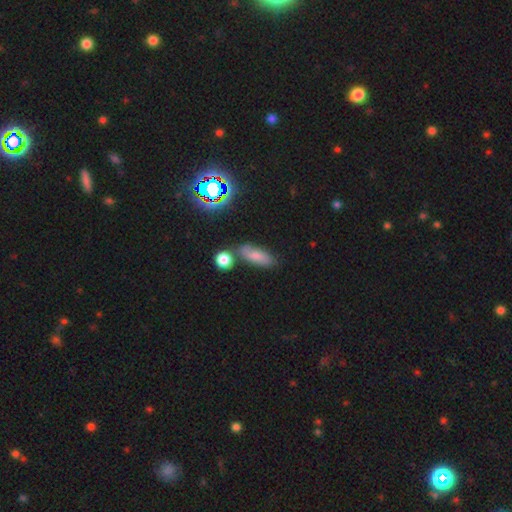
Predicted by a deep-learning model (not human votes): A smooth galaxy with no disk features (64%) that is in between round and cigar-shaped (72%). Merging: none (62%).